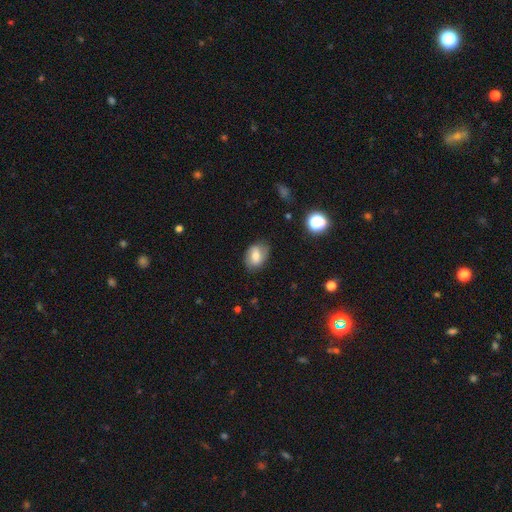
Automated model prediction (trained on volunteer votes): smooth 64%, featured or disk 26%, star or artifact 9%. Down the decision tree: how rounded — in between (73%); merging — none (74%).